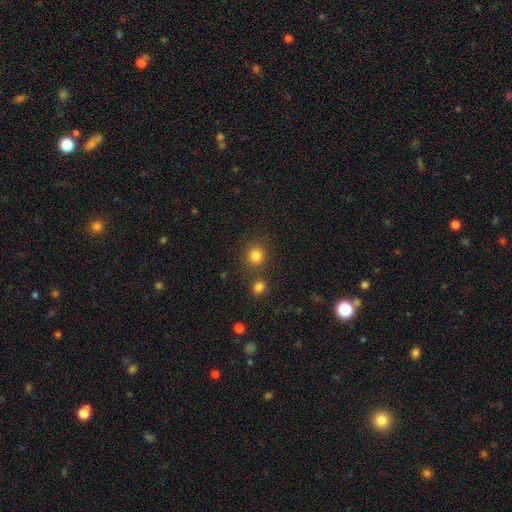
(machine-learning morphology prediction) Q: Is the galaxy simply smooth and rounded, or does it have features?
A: smooth — 83%.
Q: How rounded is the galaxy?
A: round — 90%.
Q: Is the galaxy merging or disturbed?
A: none — 79%.